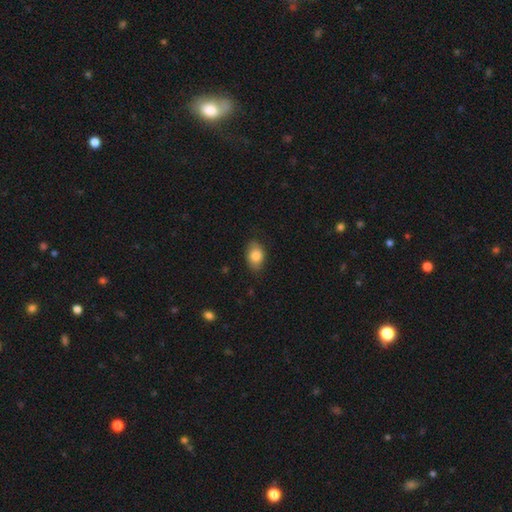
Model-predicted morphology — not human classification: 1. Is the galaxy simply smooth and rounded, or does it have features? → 83% smooth, 10% featured or disk, 7% star or artifact.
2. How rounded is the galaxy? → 83% in between, 16% round, 1% cigar-shaped.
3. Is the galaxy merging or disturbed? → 77% none, 18% minor disturbance, 4% major disturbance, 1% merger.